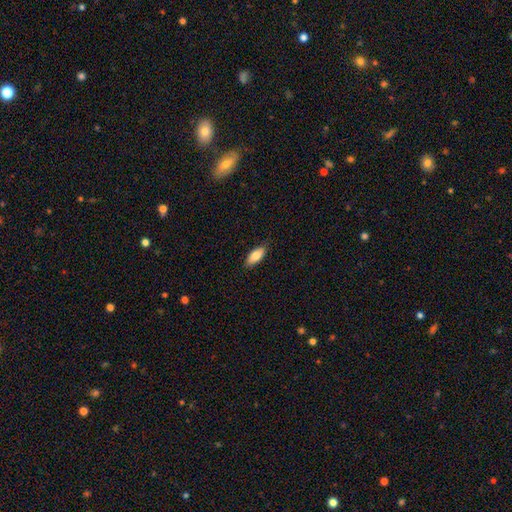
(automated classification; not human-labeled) This appears to be a smooth galaxy with no disk features (80%) that is in between round and cigar-shaped (85%). Merging: none (86%).